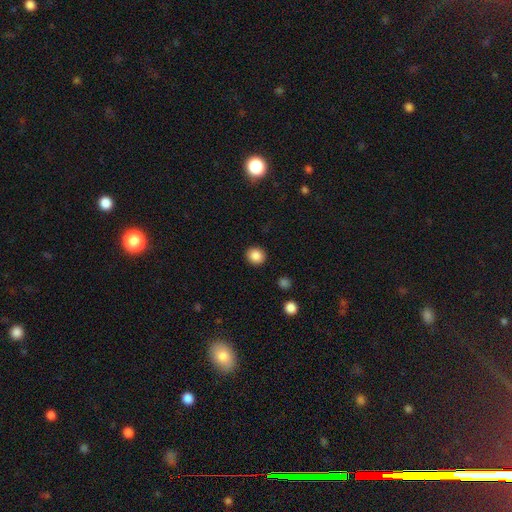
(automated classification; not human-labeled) Smooth or featured?
  - smooth: 87% *
  - star or artifact: 9%
  - featured or disk: 3%
How rounded?
  - round: 86% *
  - in between: 13%
  - cigar-shaped: 1%
Merging?
  - none: 92% *
  - minor disturbance: 5%
  - major disturbance: 2%
  - merger: 1%